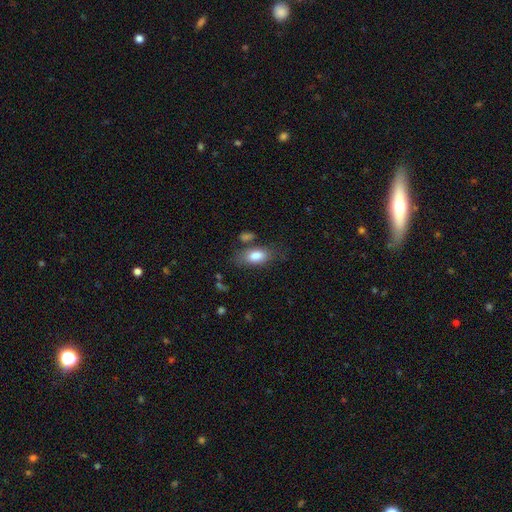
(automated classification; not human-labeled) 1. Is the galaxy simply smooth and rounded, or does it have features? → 82% smooth, 11% featured or disk, 7% star or artifact.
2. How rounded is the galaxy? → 88% in between, 7% cigar-shaped, 5% round.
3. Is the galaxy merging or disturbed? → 65% none, 20% minor disturbance, 8% merger, 8% major disturbance.